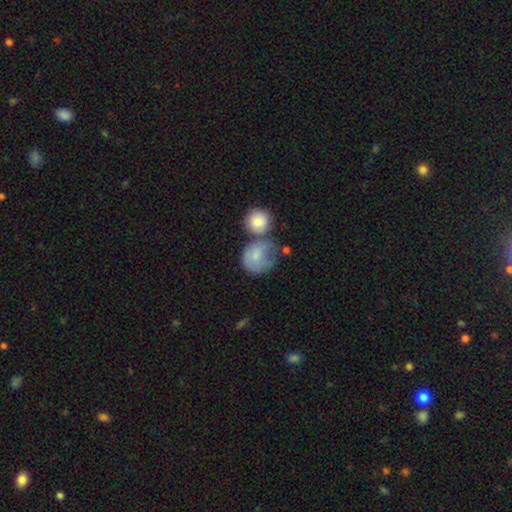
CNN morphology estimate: Smooth or featured? Predicted: smooth (p=0.72). How rounded? Predicted: round (p=0.72). Merging? Predicted: none (p=0.30).